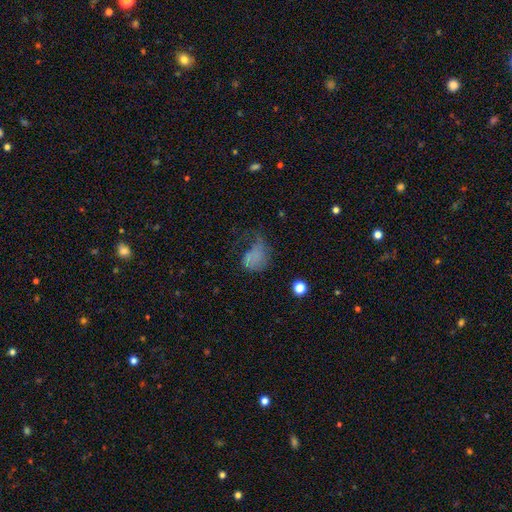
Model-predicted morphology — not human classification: Overall: smooth (56%; featured or disk 27%). How rounded: in between (65%; round 33%). Merging: major disturbance (53%; none 23%).